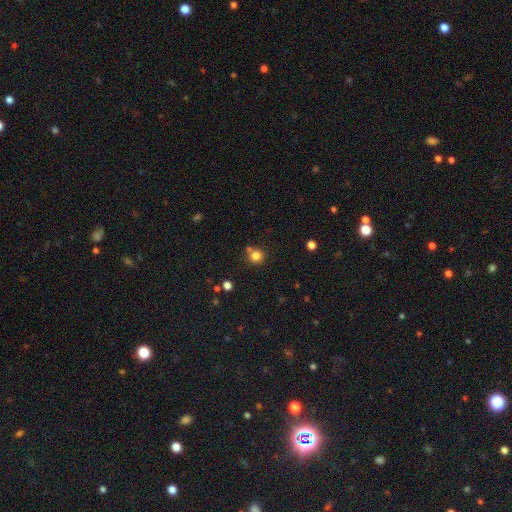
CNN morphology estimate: The model was most divided on "merging": none: 70%, merger: 18%, minor disturbance: 10%, major disturbance: 3%. More confident: how rounded — round (91%); smooth or featured — smooth (81%).